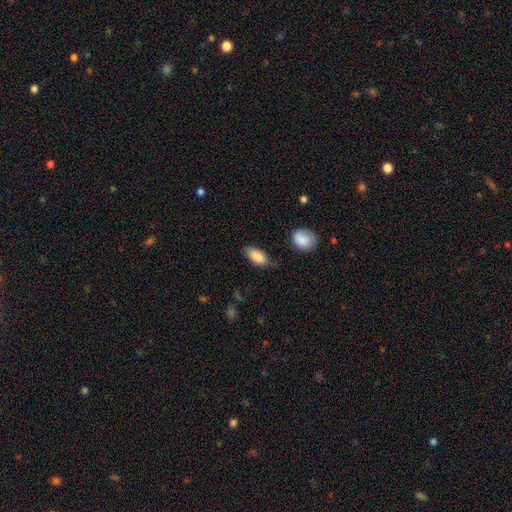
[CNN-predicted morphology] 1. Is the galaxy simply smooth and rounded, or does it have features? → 86% smooth, 8% featured or disk, 7% star or artifact.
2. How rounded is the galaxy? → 90% in between, 7% cigar-shaped, 3% round.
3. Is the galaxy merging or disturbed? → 66% none, 25% minor disturbance, 5% major disturbance, 3% merger.